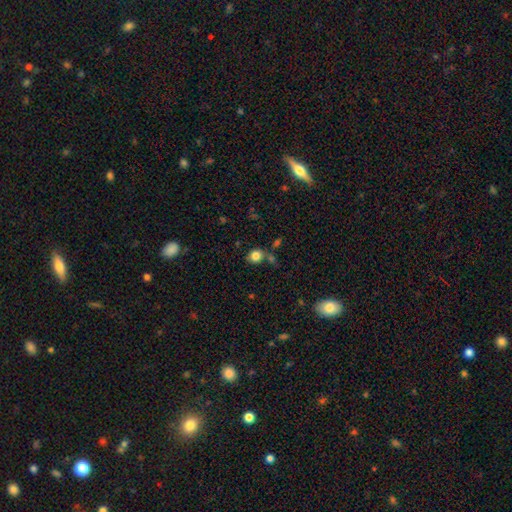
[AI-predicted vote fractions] Q: Smooth or featured?
A: smooth (83%); runner-up: star or artifact (11%)
Q: How rounded?
A: round (69%); runner-up: in between (30%)
Q: Merging?
A: none (65%); runner-up: minor disturbance (15%)